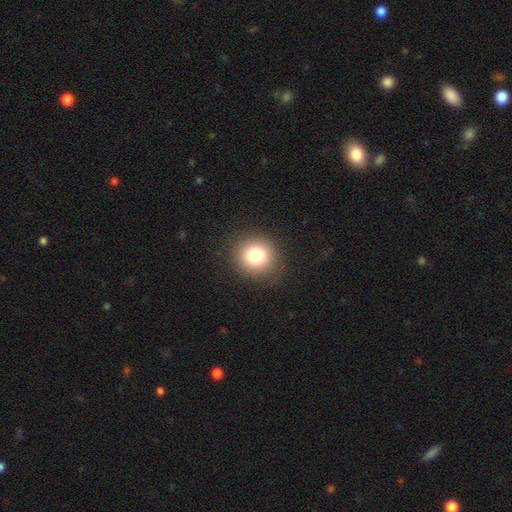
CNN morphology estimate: type=smooth (81%); roundness=round (89%); merging=none (87%).